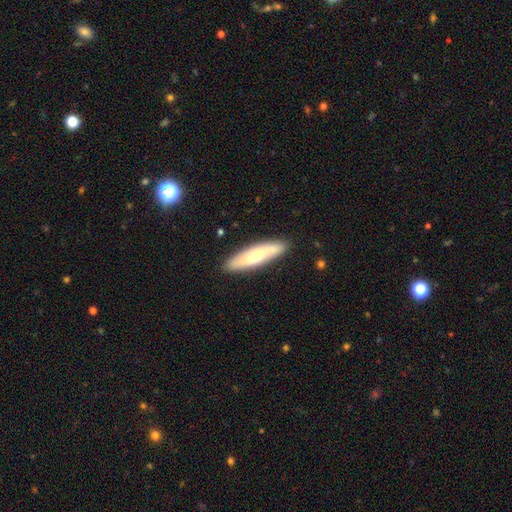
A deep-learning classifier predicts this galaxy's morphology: Q: Smooth or featured?
A: smooth (51%); runner-up: featured or disk (44%)
Q: How rounded?
A: cigar-shaped (65%); runner-up: in between (33%)
Q: Merging?
A: none (88%); runner-up: minor disturbance (9%)